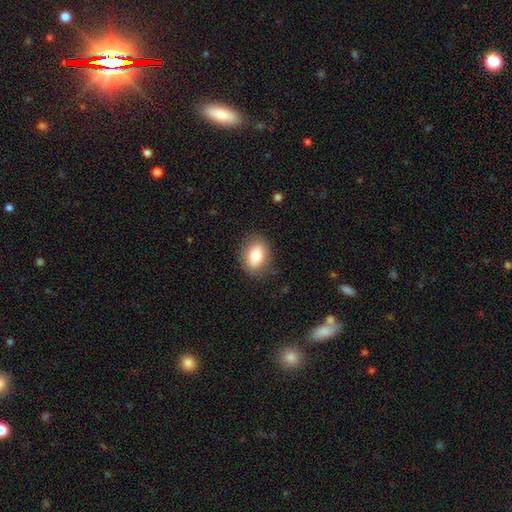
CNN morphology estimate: Overall: smooth (78%). How rounded: in between (73%). Merging: none (84%).